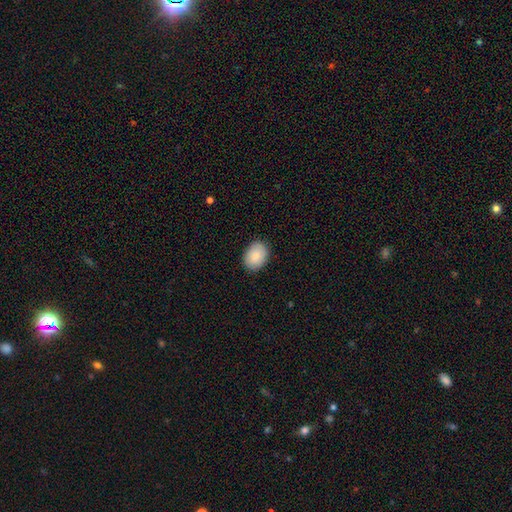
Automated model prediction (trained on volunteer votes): smooth 86%, featured or disk 8%, star or artifact 7%. Down the decision tree: how rounded — in between (67%); merging — none (87%).